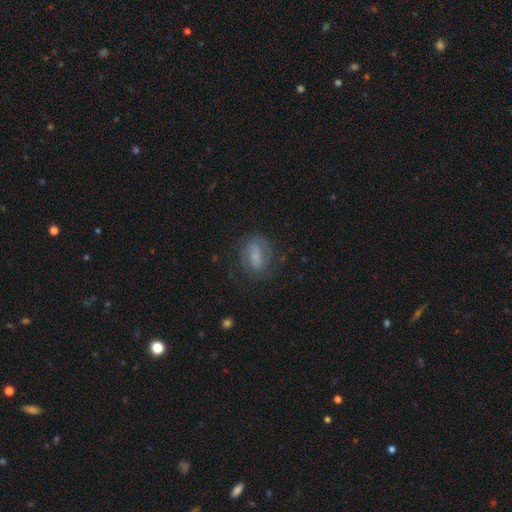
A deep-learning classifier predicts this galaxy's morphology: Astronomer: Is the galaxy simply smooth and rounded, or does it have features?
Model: smooth — 51% (runner-up: featured or disk, 39%).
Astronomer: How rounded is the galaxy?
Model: in between — 72%.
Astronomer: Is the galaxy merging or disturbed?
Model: none — 67%.